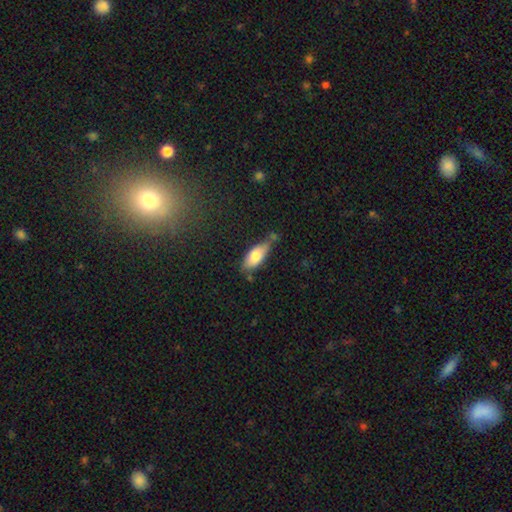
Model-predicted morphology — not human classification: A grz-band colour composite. It shows a smooth galaxy with no disk features (75%) that is in between round and cigar-shaped (80%). Merging: none (56%).